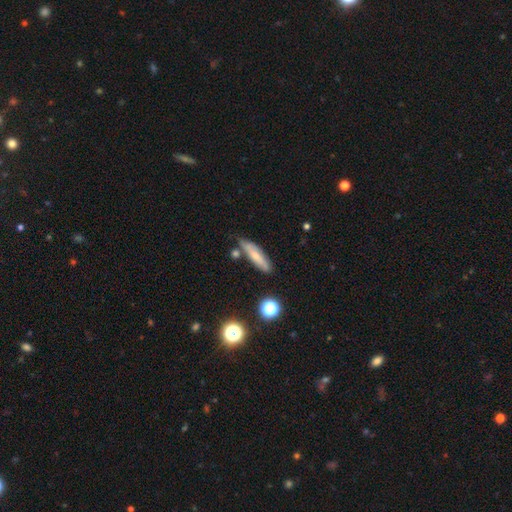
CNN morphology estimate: smooth 59%, featured or disk 32%, star or artifact 9%. Down the decision tree: how rounded — cigar-shaped (74%); merging — none (70%).